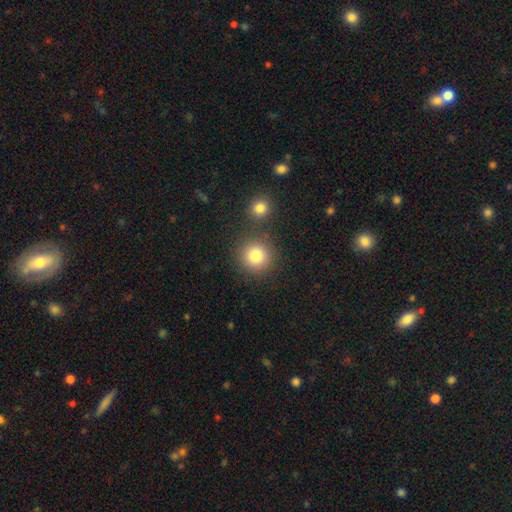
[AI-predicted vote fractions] The model was most divided on "merging": none: 78%, merger: 11%, minor disturbance: 7%, major disturbance: 3%. More confident: how rounded — round (93%); smooth or featured — smooth (82%).